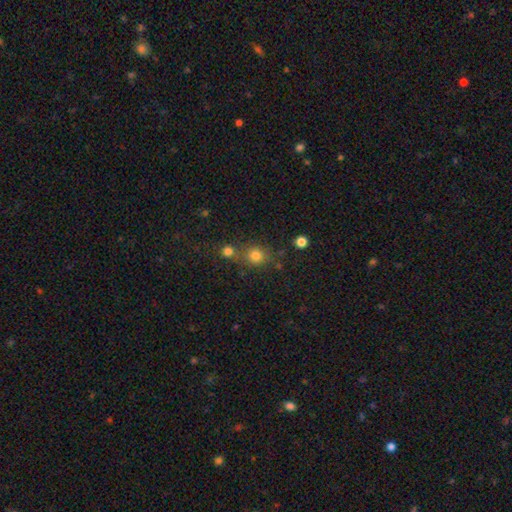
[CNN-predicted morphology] type=smooth (79%); roundness=round (83%); merging=none (67%).